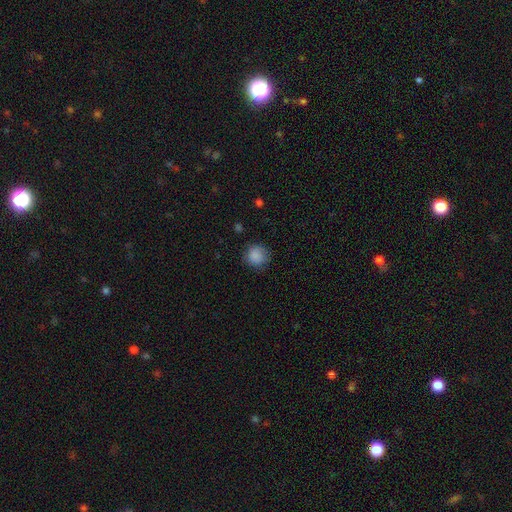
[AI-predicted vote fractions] This appears to be a smooth galaxy with no disk features (87%) that is round (91%). Merging: none (81%).